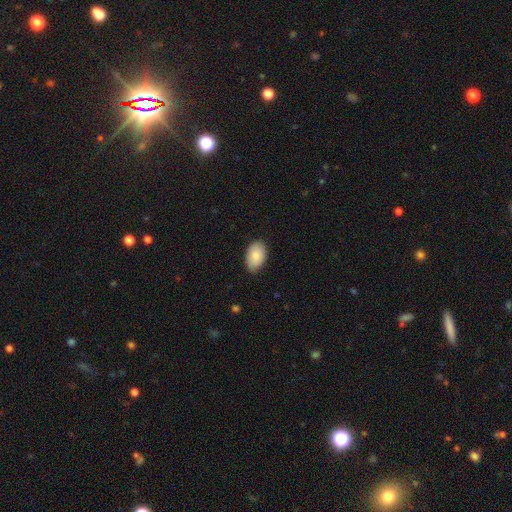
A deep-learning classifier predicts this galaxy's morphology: This appears to be a smooth galaxy with no disk features (87%) that is in between round and cigar-shaped (93%). Merging: none (80%).